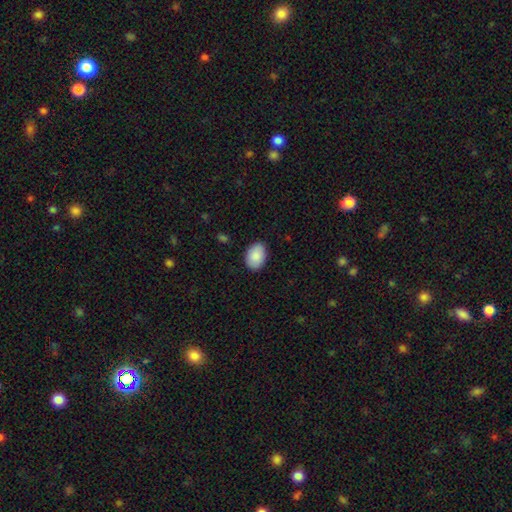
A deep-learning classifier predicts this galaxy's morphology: smooth-or-featured: smooth: 89% | star or artifact: 6% | featured or disk: 5%
  how-rounded: in between: 82% | round: 17% | cigar-shaped: 1%
  merging: none: 86% | minor disturbance: 11% | major disturbance: 2% | merger: 1%